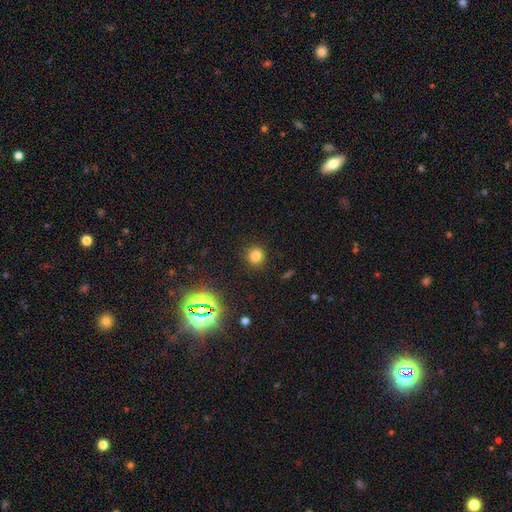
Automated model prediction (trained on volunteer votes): The model was most divided on "smooth or featured": smooth: 76%, star or artifact: 18%, featured or disk: 6%. More confident: how rounded — round (91%); merging — none (90%).